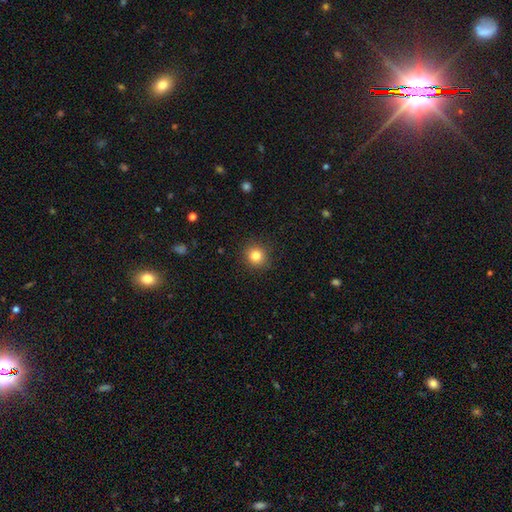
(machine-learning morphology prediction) type=smooth (82%); roundness=round (92%); merging=none (90%).